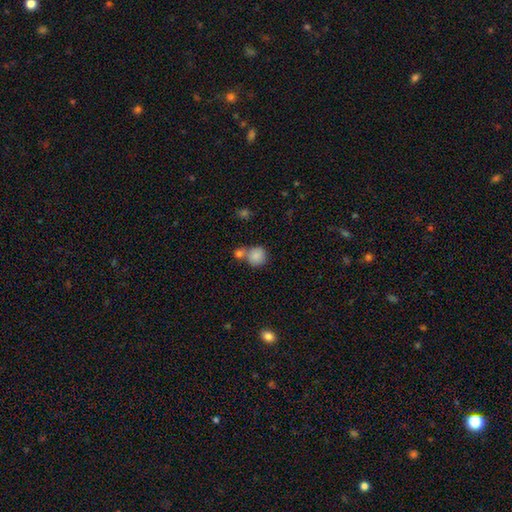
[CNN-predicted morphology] This is clearly a smooth galaxy (85%). How rounded: clearly round (87%). Merging: possibly none (47%).